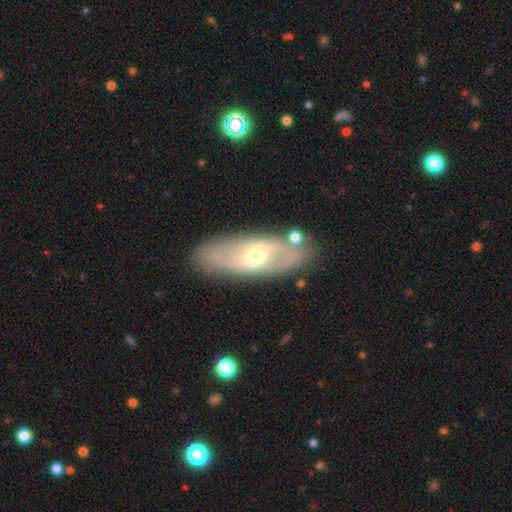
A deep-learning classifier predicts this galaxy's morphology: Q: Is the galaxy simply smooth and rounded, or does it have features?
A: featured or disk — 70%.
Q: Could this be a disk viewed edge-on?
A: no — 84%.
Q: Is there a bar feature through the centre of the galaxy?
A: weak — 44%.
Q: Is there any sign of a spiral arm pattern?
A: yes — 71%.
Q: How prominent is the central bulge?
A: small — 53%.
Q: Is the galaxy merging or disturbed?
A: none — 83%.